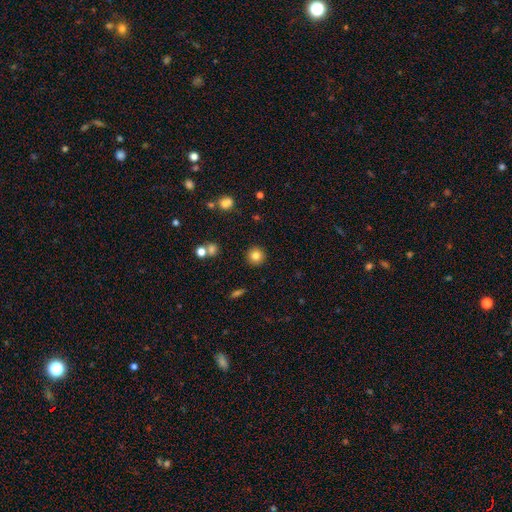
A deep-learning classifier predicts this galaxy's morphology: This appears to be a smooth galaxy with no disk features (82%) that is round (94%). Merging: none (91%).